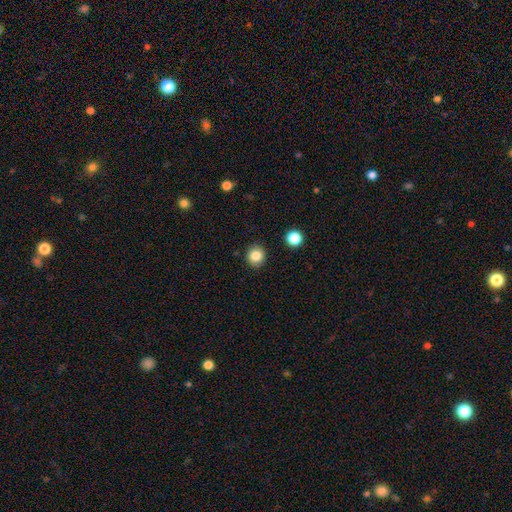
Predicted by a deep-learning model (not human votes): Smooth or featured: smooth — 85% (star or artifact — 10%)
How rounded: round — 89% (in between — 10%)
Merging: none — 90% (minor disturbance — 6%)